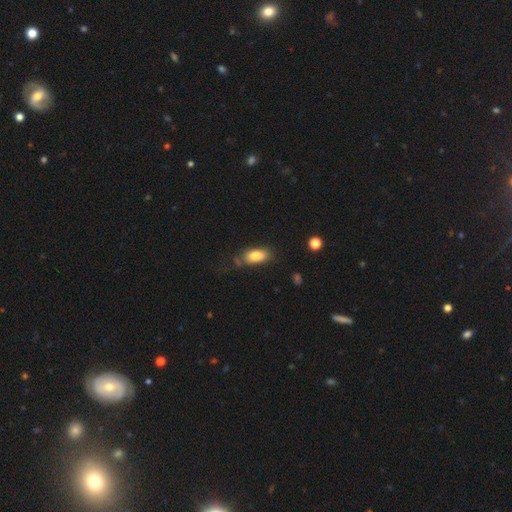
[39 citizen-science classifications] smooth-or-featured: smooth: 85% | featured or disk: 10% | star or artifact: 5%
  how-rounded: in between: 82% | round: 12% | cigar-shaped: 6%
  merging: none: 65% | minor disturbance: 22% | merger: 11% | major disturbance: 3%